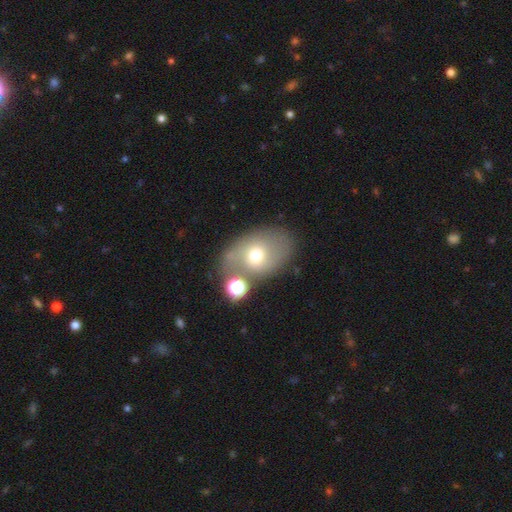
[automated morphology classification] smooth-or-featured: smooth: 59% | featured or disk: 30% | star or artifact: 11%
  how-rounded: in between: 77% | round: 21% | cigar-shaped: 1%
  merging: none: 60% | merger: 16% | minor disturbance: 16% | major disturbance: 8%